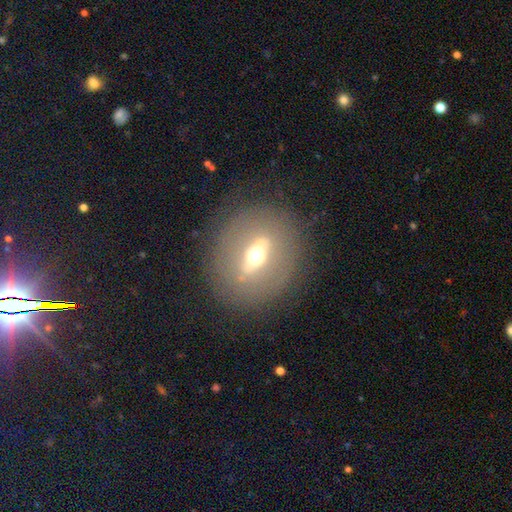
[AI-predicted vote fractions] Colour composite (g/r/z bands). It shows a featured or disk galaxy (61%). Merging: none (83%).